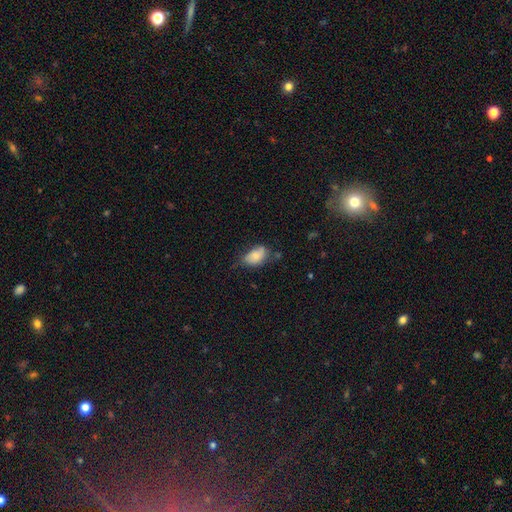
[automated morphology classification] A smooth galaxy with no disk features (73%) that is in between round and cigar-shaped (91%). Merging: none (48%).